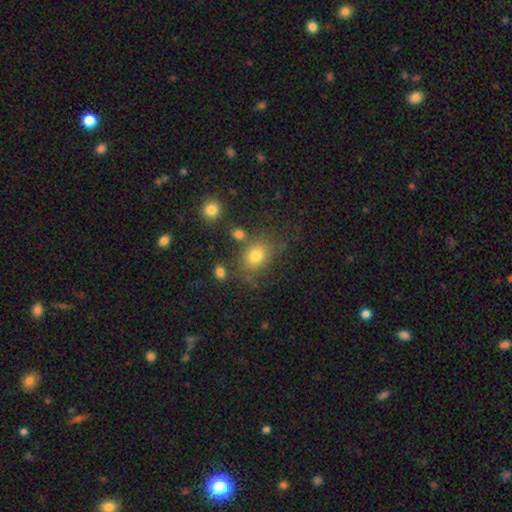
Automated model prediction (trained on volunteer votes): Overall: smooth (77%). How rounded: in between (51%; round 48%). Merging: none (68%).